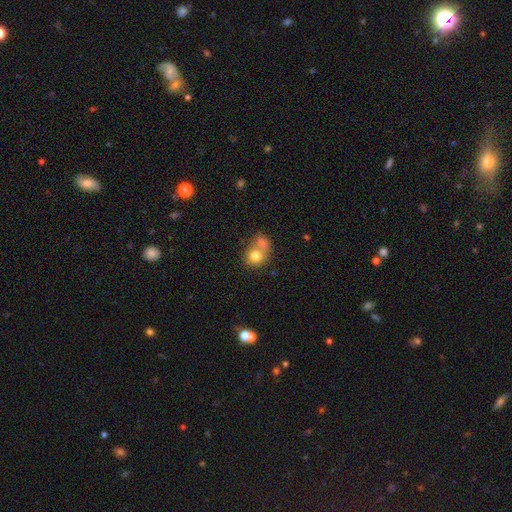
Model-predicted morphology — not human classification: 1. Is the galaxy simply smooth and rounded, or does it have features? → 75% smooth, 15% featured or disk, 10% star or artifact.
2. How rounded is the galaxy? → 72% round, 27% in between, 1% cigar-shaped.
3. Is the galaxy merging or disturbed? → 56% merger, 31% none, 9% minor disturbance, 4% major disturbance.